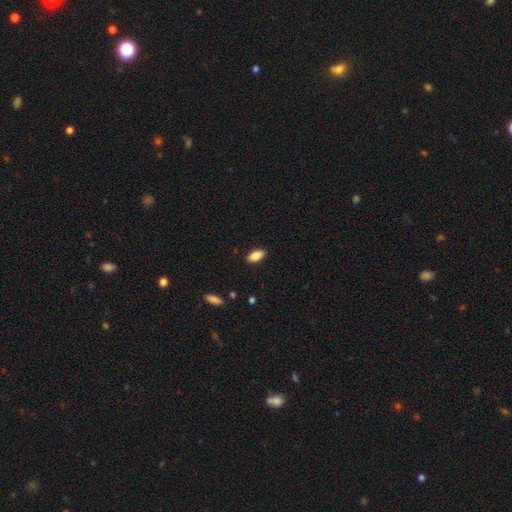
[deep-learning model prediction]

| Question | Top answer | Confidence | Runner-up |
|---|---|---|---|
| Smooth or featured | smooth | 86% | star or artifact (7%) |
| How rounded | in between | 90% | cigar-shaped (8%) |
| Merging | none | 87% | minor disturbance (10%) |